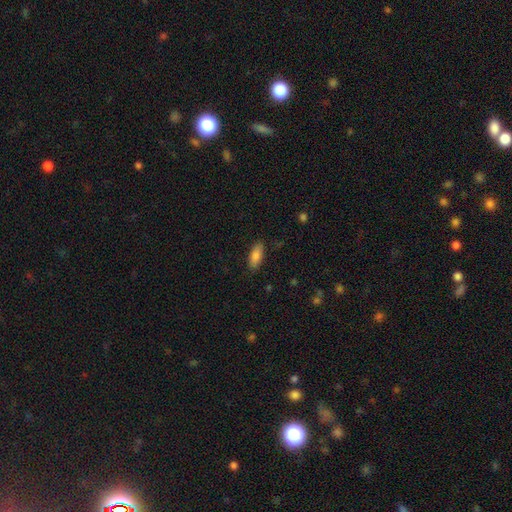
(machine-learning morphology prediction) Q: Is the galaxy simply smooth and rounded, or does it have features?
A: smooth — 85%.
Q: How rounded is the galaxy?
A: in between — 78%.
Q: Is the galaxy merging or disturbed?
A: none — 85%.